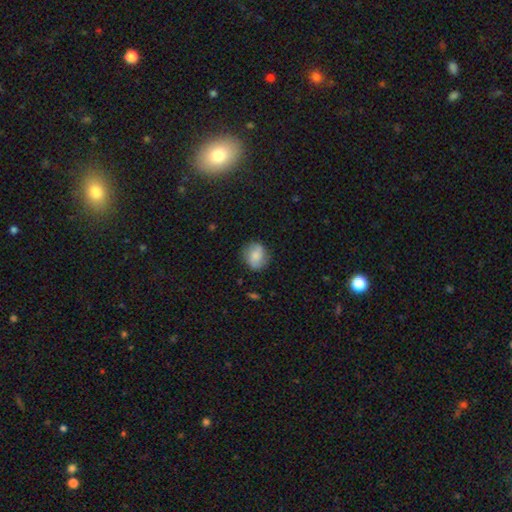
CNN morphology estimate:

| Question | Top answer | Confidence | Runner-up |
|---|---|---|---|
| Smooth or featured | smooth | 62% | featured or disk (30%) |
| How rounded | round | 75% | in between (24%) |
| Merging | none | 79% | minor disturbance (16%) |